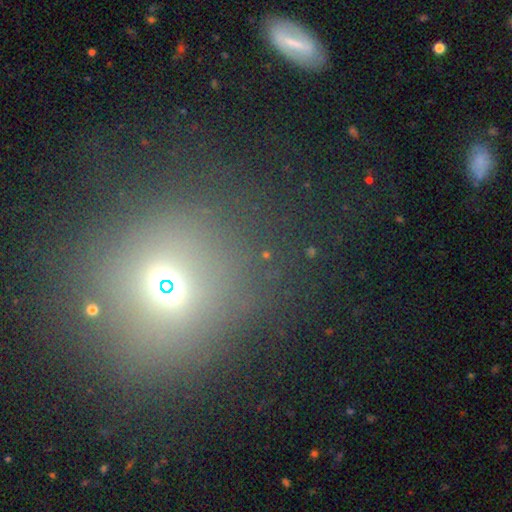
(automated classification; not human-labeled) smooth 55%, star or artifact 26%, featured or disk 19%. Down the decision tree: how rounded — round (76%); merging — none (53%).